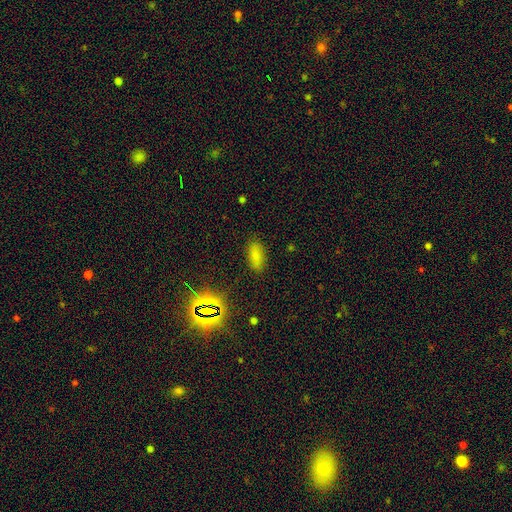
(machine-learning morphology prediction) smooth-or-featured: smooth: 78% | star or artifact: 15% | featured or disk: 7%
  how-rounded: in between: 85% | cigar-shaped: 12% | round: 3%
  merging: none: 85% | minor disturbance: 11% | major disturbance: 3% | merger: 1%